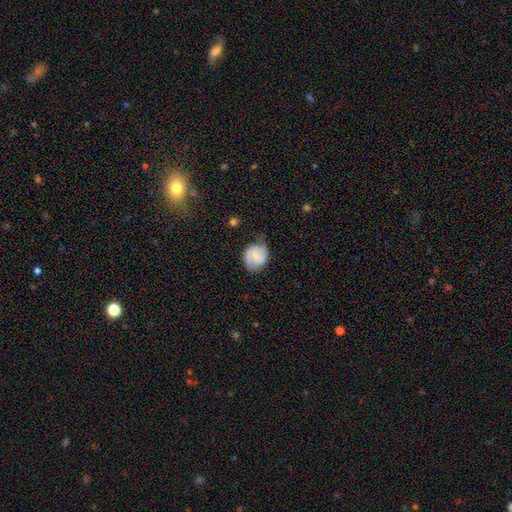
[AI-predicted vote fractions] This appears to be a featured or disk galaxy (55%) with a weak bar (48%), spiral arms (88%) and a small central bulge (54%). Merging: none (66%).